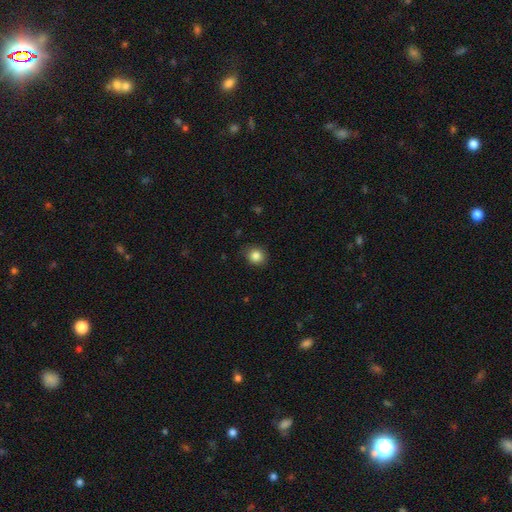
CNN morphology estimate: A smooth galaxy with no disk features (85%) that is round (84%).

Vote fractions:
- Smooth or featured? smooth: 85% / star or artifact: 10% / featured or disk: 5%
- How rounded? round: 84% / in between: 15% / cigar-shaped: 1%
- Merging? none: 86% / minor disturbance: 10% / major disturbance: 2% / merger: 1%